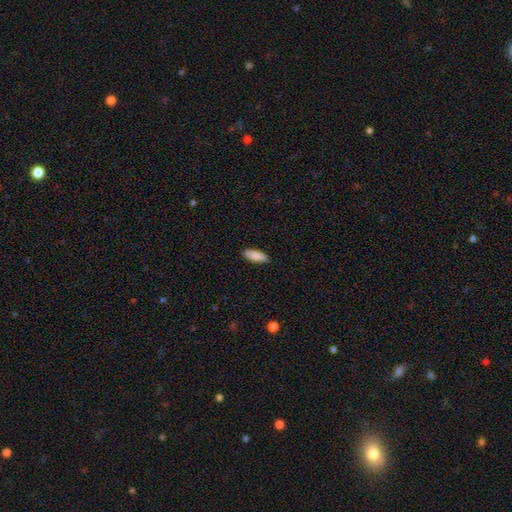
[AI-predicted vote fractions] The model was most divided on "how rounded": in between: 73%, cigar-shaped: 25%, round: 2%. More confident: smooth or featured — smooth (89%); merging — none (87%).